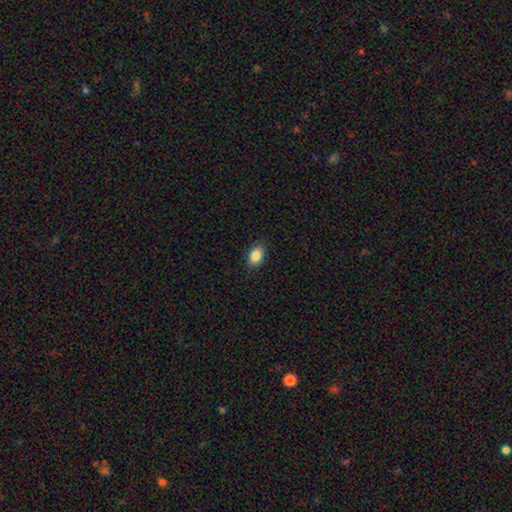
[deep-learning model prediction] Morphology: type=smooth (86%); roundness=in between (83%); merging=none (87%).